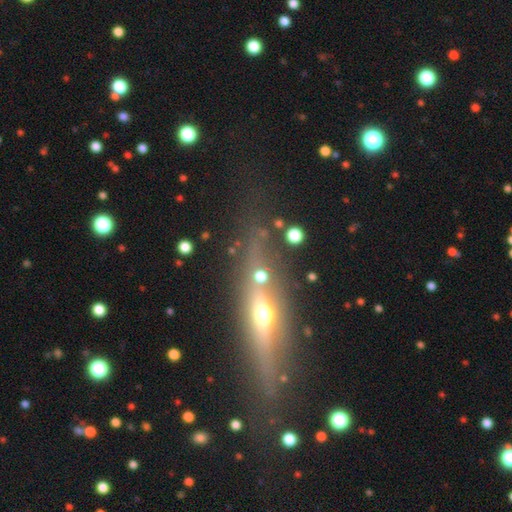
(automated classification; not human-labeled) featured or disk 58%, smooth 27%, star or artifact 15%. Down the decision tree: edge-on disk — yes (81%); merging — none (73%).